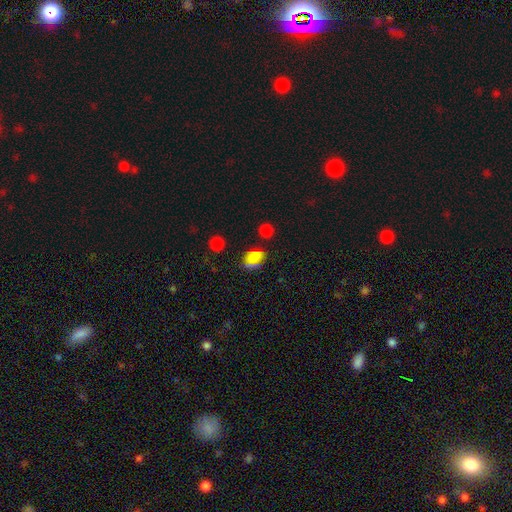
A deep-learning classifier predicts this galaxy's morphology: This is likely a smooth galaxy (66%). How rounded: likely in between (68%). Merging: likely none (73%).